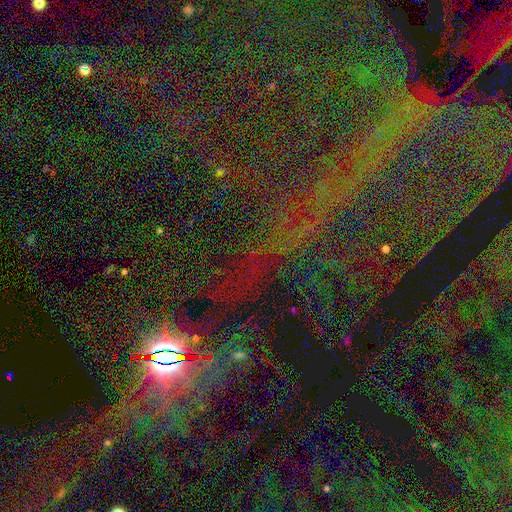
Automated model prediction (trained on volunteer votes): A star or artifact, not a galaxy (85%).

Vote fractions:
- Smooth or featured? star or artifact: 85% / featured or disk: 8% / smooth: 7%